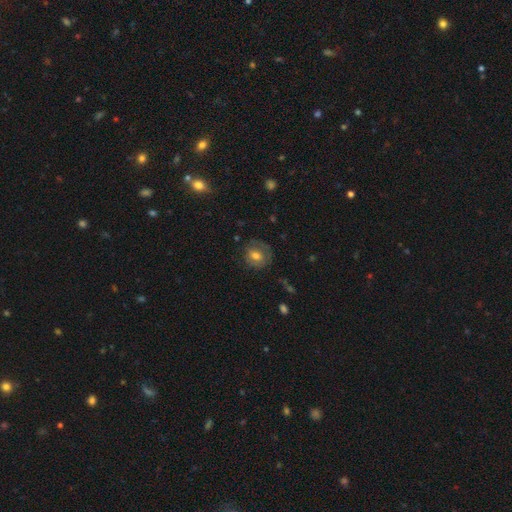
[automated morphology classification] Overall: smooth (60%; featured or disk 31%). How rounded: round (72%). Merging: none (68%).